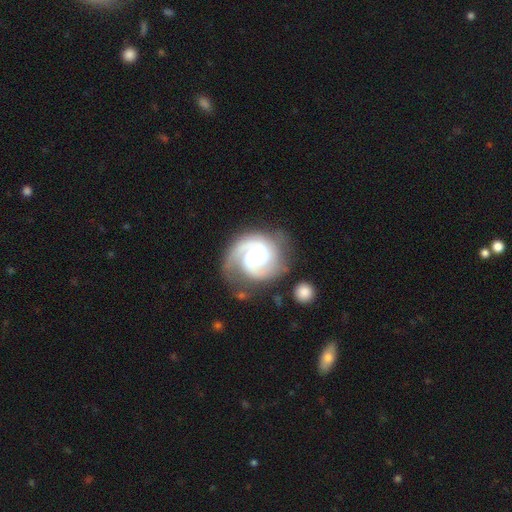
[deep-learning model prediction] smooth_or_featured: featured or disk (p=0.89) [alt: smooth p=0.06]
disk_edge_on: no (p=0.98) [alt: yes p=0.02]
bar: no (p=0.59) [alt: weak p=0.33]
has_spiral_arms: yes (p=0.98) [alt: no p=0.02]
spiral_winding: tight (p=0.52) [alt: medium p=0.40]
spiral_arm_count: 2 (p=0.65) [alt: 3 p=0.16]
bulge_size: moderate (p=0.48) [alt: small p=0.37]
merging: none (p=0.65) [alt: minor disturbance p=0.19]